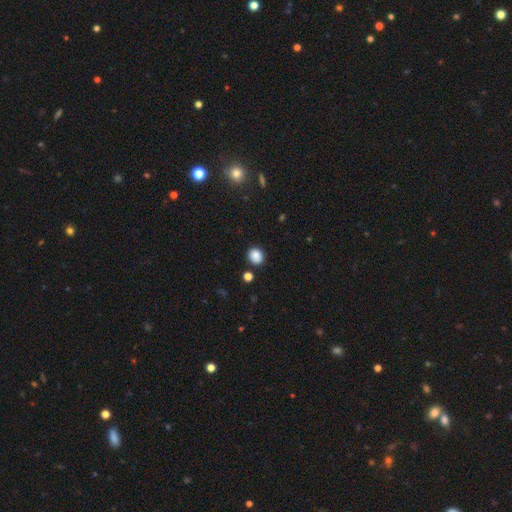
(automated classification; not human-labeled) A smooth galaxy with no disk features (86%) that is round (78%).

Vote fractions:
- Smooth or featured? smooth: 86% / star or artifact: 10% / featured or disk: 4%
- How rounded? round: 78% / in between: 21% / cigar-shaped: 1%
- Merging? none: 85% / minor disturbance: 9% / merger: 4% / major disturbance: 3%